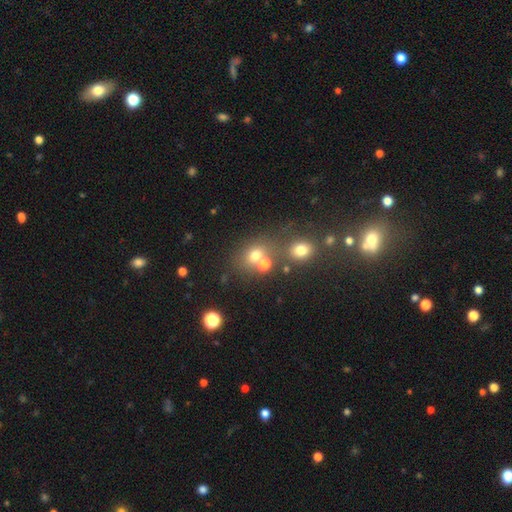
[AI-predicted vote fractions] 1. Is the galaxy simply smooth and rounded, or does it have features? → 66% smooth, 21% star or artifact, 13% featured or disk.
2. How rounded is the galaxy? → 60% round, 39% in between, 1% cigar-shaped.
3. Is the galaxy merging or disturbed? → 48% none, 34% merger, 11% minor disturbance, 7% major disturbance.